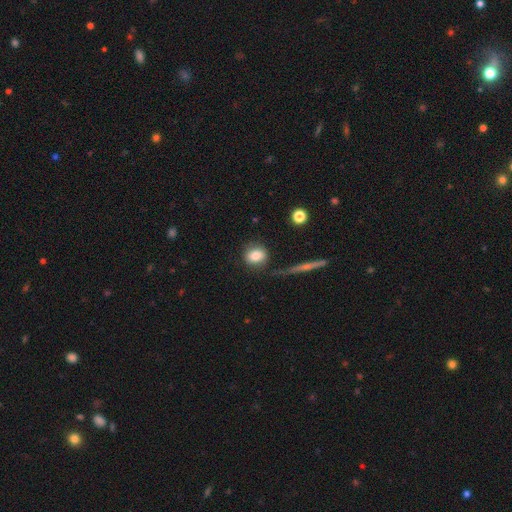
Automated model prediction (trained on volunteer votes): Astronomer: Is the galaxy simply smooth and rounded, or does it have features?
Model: smooth — 82%.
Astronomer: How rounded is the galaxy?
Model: round — 64%.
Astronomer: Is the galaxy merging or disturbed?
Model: none — 77%.